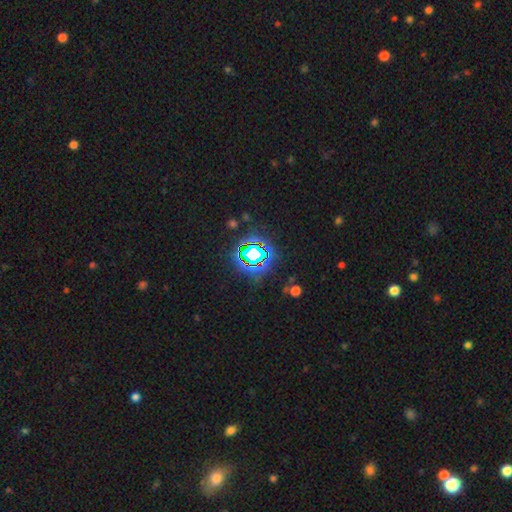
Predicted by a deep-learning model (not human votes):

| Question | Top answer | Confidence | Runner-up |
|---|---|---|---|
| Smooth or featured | star or artifact | 79% | smooth (13%) |